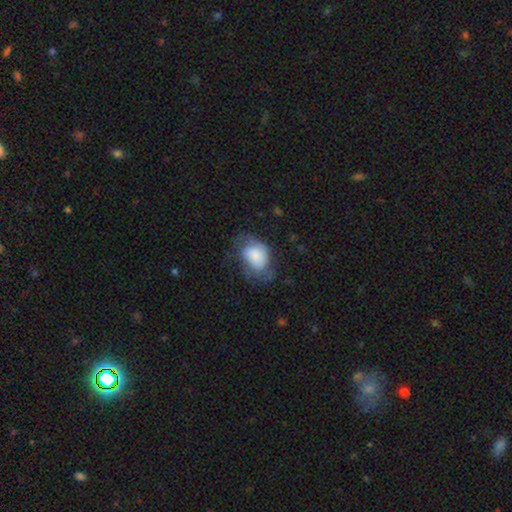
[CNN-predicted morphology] The model was most divided on "merging": none: 40%, minor disturbance: 31%, major disturbance: 28%, merger: 2%. More confident: how rounded — in between (72%); smooth or featured — smooth (57%).